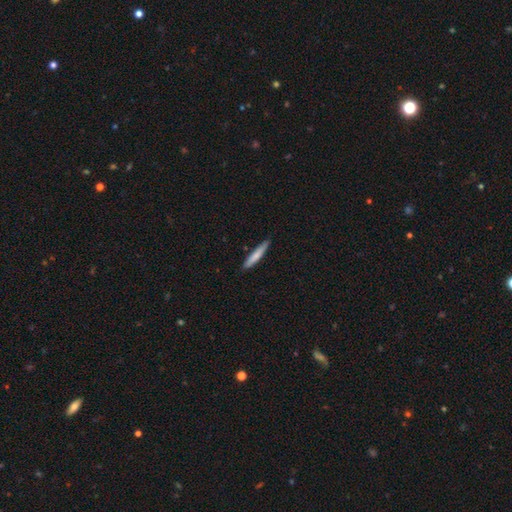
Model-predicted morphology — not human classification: This is likely a smooth galaxy (71%). How rounded: clearly cigar-shaped (93%). Merging: clearly none (88%).